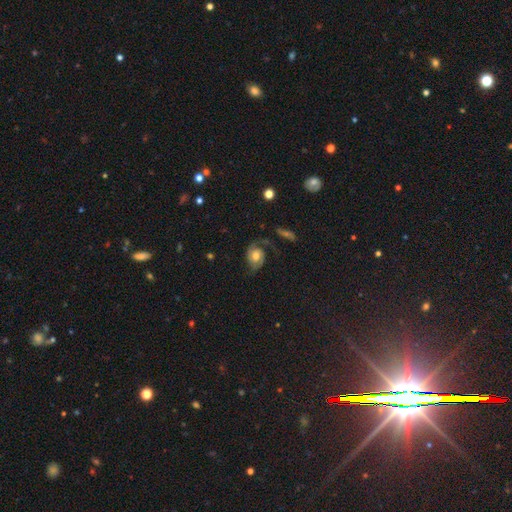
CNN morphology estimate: type=featured or disk (74%); edge-on=no (97%); bar=no (70%); spiral arms=yes (93%); winding=medium (46%); arm count=2 (86%); bulge=moderate (62%); merging=none (62%).